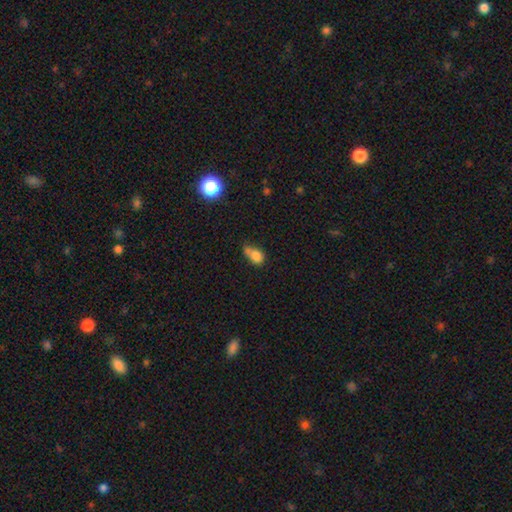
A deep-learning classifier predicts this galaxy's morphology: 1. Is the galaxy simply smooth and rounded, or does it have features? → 77% smooth, 12% featured or disk, 12% star or artifact.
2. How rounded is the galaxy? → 59% in between, 38% round, 3% cigar-shaped.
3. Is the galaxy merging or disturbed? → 39% merger, 27% none, 23% minor disturbance, 11% major disturbance.